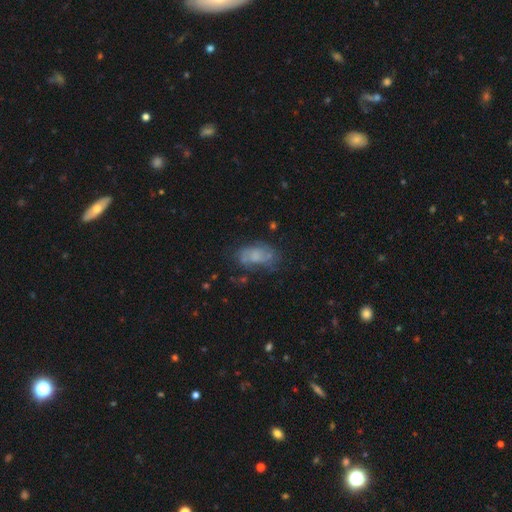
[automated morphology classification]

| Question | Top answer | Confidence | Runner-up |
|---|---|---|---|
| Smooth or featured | smooth | 49% | featured or disk (39%) |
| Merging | none | 52% | minor disturbance (25%) |